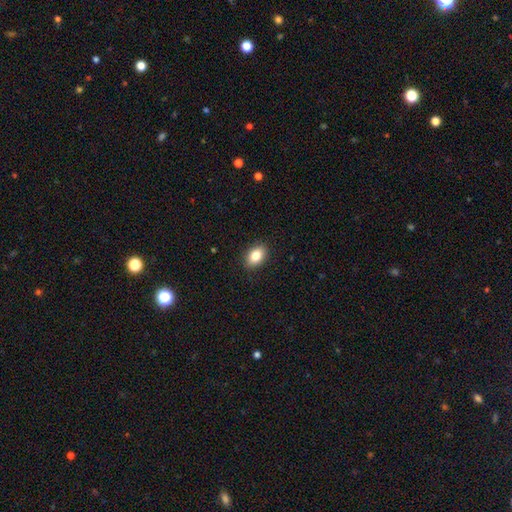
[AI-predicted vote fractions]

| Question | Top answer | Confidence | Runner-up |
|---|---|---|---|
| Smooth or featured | smooth | 84% | star or artifact (8%) |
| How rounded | in between | 84% | round (14%) |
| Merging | none | 89% | minor disturbance (8%) |